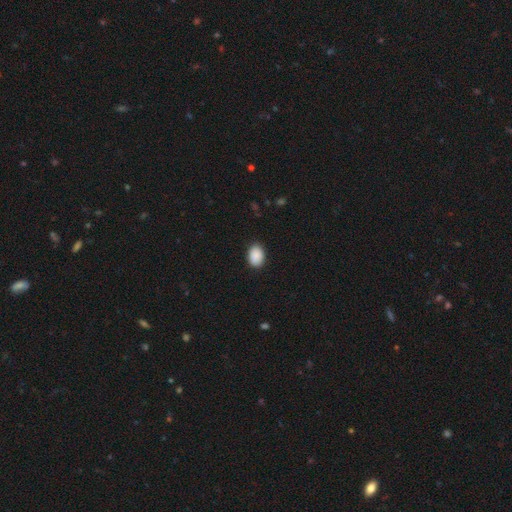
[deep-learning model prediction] Morphology: type=smooth (90%); roundness=in between (81%); merging=none (86%).